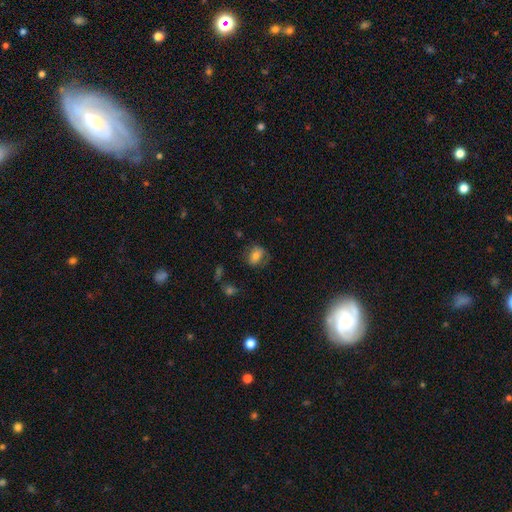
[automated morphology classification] The model was most divided on "how rounded": in between: 67%, round: 31%, cigar-shaped: 2%. More confident: smooth or featured — smooth (65%); merging — none (63%).